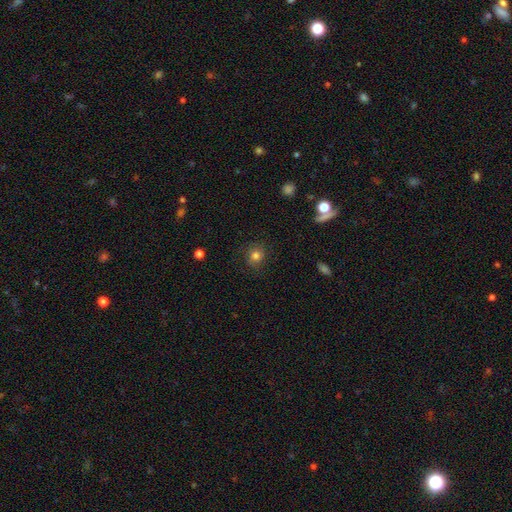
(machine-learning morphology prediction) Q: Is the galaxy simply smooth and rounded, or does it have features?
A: smooth — 78%.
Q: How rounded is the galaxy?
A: round — 86%.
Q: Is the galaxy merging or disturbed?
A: none — 82%.